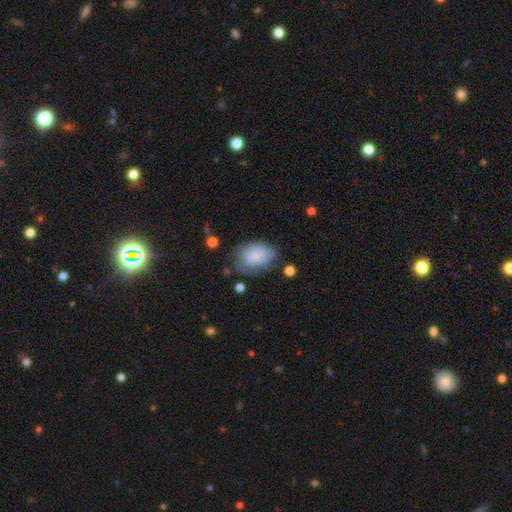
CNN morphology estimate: smooth_or_featured: smooth (p=0.81) [alt: featured or disk p=0.12]
how_rounded: in between (p=0.79) [alt: round p=0.20]
merging: none (p=0.57) [alt: minor disturbance p=0.28]